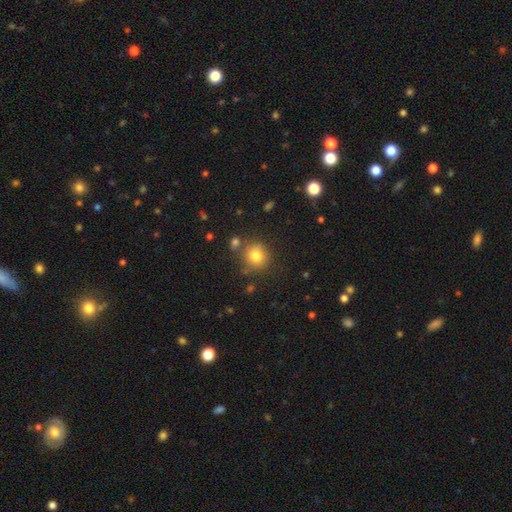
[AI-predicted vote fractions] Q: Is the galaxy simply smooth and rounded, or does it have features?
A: smooth — 79%.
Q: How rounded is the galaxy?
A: round — 86%.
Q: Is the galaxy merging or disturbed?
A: none — 75%.